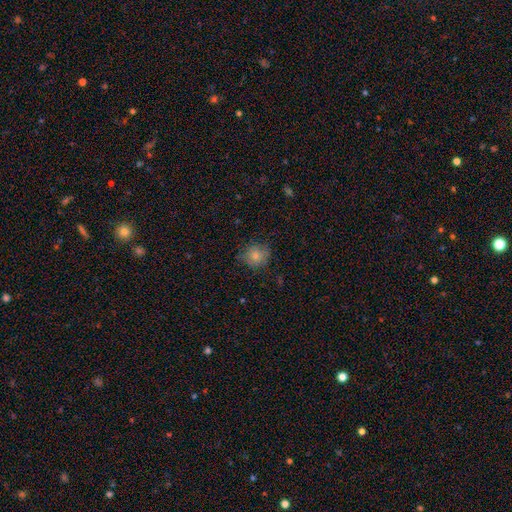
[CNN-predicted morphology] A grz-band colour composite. It shows a smooth galaxy with no disk features (79%) that is round (83%). Merging: none (73%).